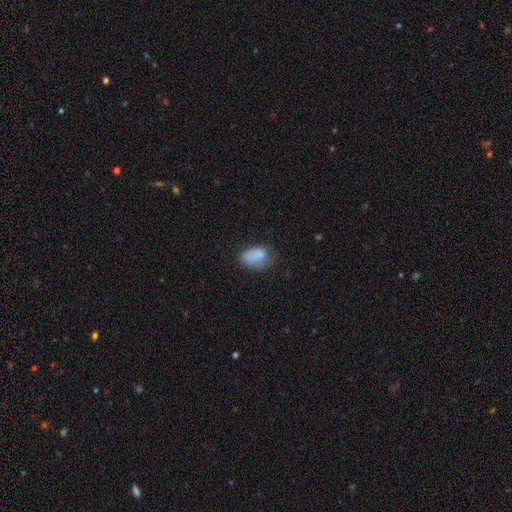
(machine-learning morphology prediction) smooth_or_featured: smooth (p=0.80) [alt: featured or disk p=0.10]
how_rounded: in between (p=0.88) [alt: round p=0.11]
merging: none (p=0.47) [alt: minor disturbance p=0.33]